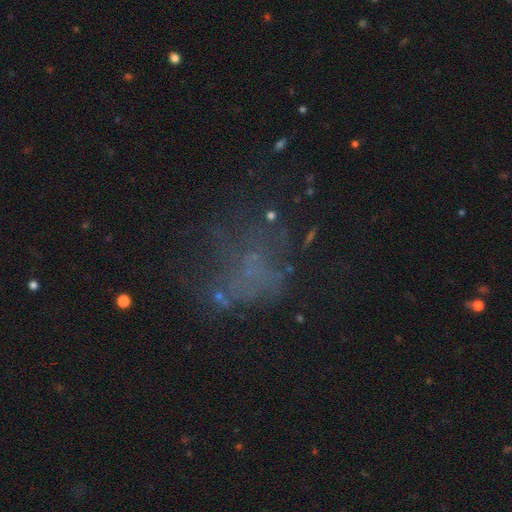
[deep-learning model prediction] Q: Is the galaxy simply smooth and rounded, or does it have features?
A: star or artifact — 37%.